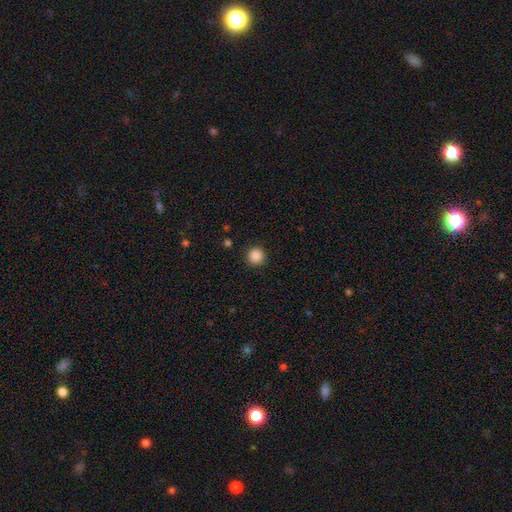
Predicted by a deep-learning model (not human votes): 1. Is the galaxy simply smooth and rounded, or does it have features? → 87% smooth, 10% star or artifact, 3% featured or disk.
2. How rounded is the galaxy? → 95% round, 4% in between, 1% cigar-shaped.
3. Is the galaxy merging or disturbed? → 92% none, 5% minor disturbance, 2% major disturbance, 1% merger.